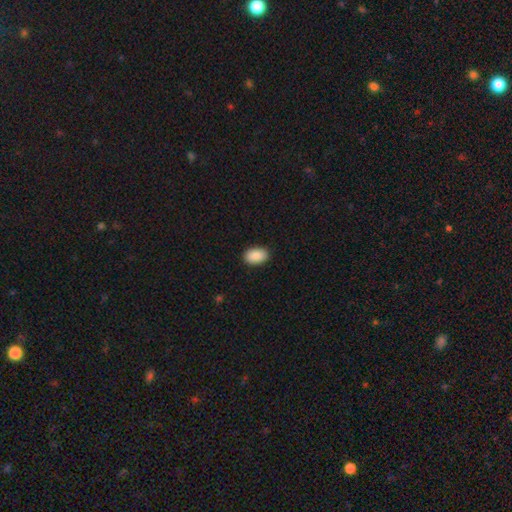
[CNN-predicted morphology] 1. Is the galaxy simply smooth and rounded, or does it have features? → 90% smooth, 7% star or artifact, 3% featured or disk.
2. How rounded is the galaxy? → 91% in between, 8% round, 1% cigar-shaped.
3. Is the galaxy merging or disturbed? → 90% none, 8% minor disturbance, 2% major disturbance, 1% merger.